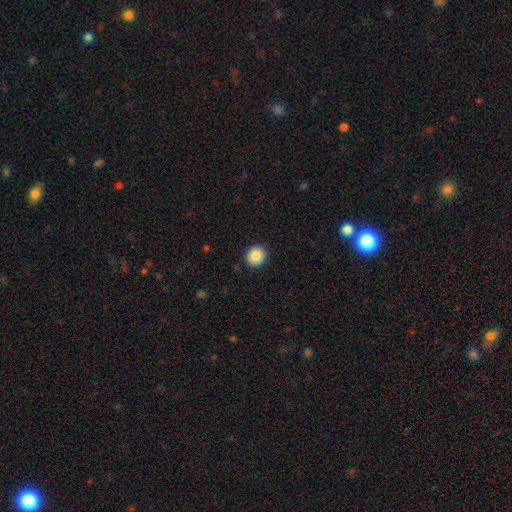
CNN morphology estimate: Smooth or featured?
  - smooth: 89% *
  - star or artifact: 8%
  - featured or disk: 3%
How rounded?
  - round: 83% *
  - in between: 16%
  - cigar-shaped: 1%
Merging?
  - none: 91% *
  - minor disturbance: 6%
  - major disturbance: 2%
  - merger: 1%